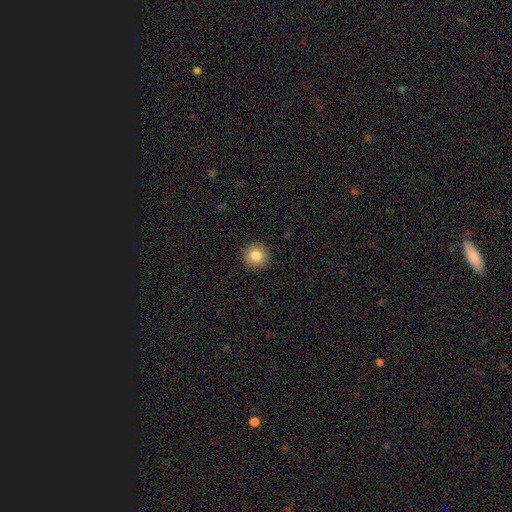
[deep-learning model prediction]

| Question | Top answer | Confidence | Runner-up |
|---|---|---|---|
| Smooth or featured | smooth | 84% | star or artifact (9%) |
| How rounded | round | 94% | in between (5%) |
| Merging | none | 92% | minor disturbance (5%) |